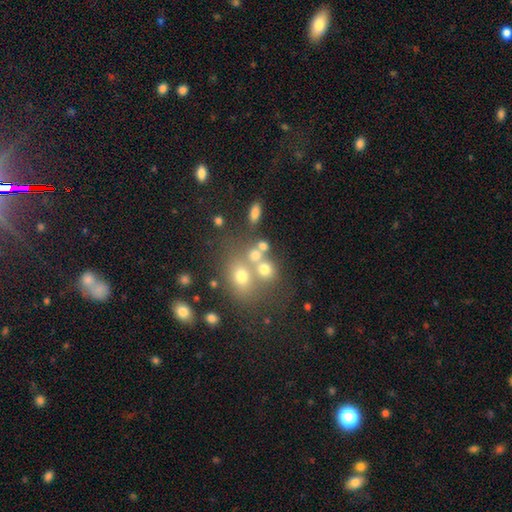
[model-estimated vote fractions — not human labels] smooth_or_featured: smooth (p=0.57) [alt: featured or disk p=0.22]
how_rounded: round (p=0.58) [alt: in between p=0.40]
merging: none (p=0.42) [alt: merger p=0.40]